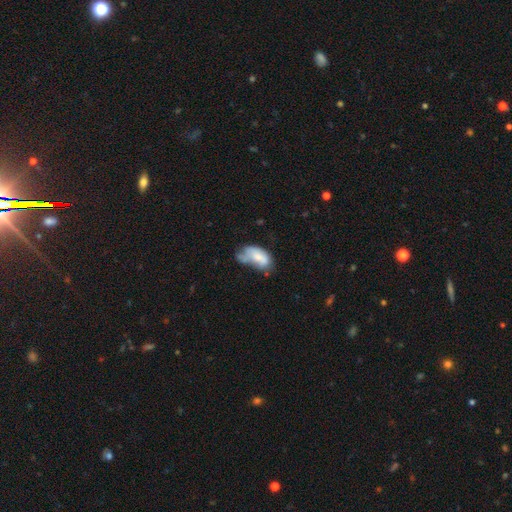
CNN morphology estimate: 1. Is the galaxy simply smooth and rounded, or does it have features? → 61% smooth, 30% featured or disk, 8% star or artifact.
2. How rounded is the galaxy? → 92% in between, 5% round, 3% cigar-shaped.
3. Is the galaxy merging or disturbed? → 31% minor disturbance, 29% major disturbance, 23% none, 17% merger.